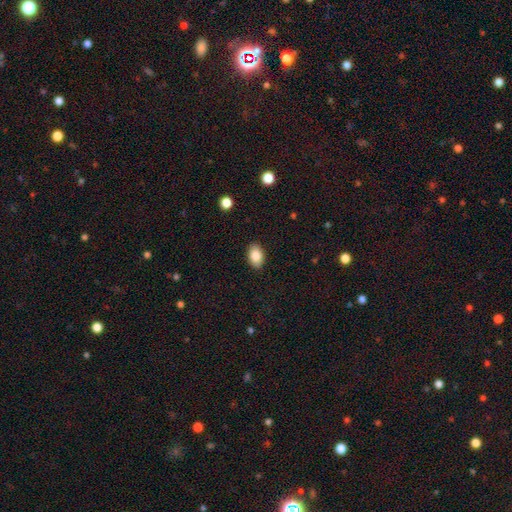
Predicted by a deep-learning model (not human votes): Smooth or featured? smooth (86%)
How rounded? in between (88%)
Merging? none (89%)